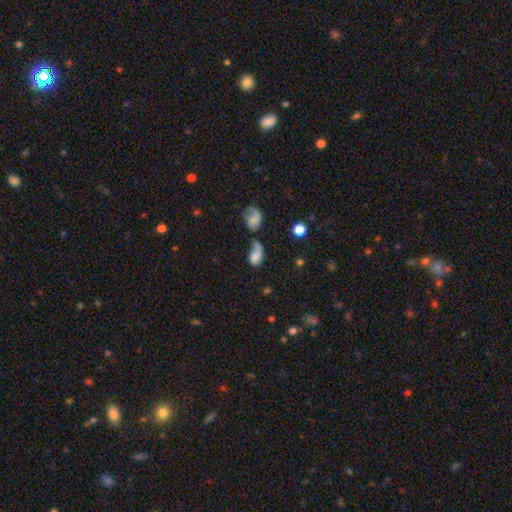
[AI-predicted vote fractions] smooth-or-featured: smooth: 65% | featured or disk: 23% | star or artifact: 13%
  how-rounded: in between: 82% | round: 15% | cigar-shaped: 3%
  merging: merger: 40% | major disturbance: 25% | none: 20% | minor disturbance: 15%